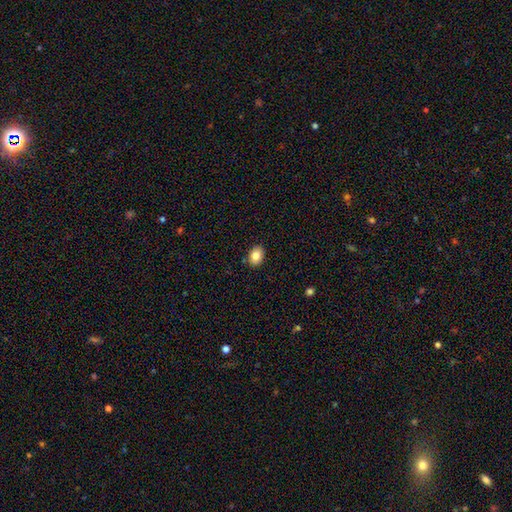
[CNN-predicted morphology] Smooth or featured? smooth (83%)
How rounded? in between (70%)
Merging? none (88%)